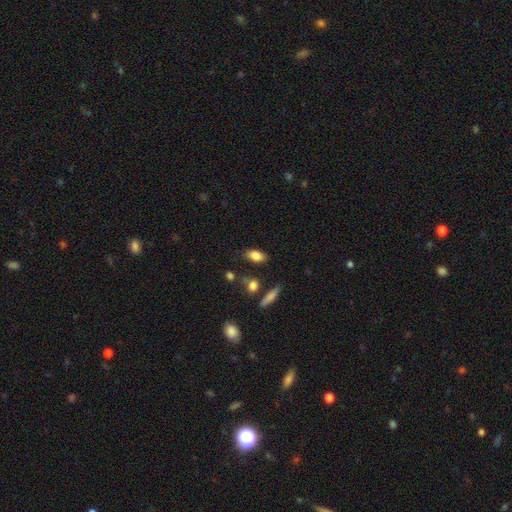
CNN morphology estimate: Smooth or featured? Predicted: smooth (p=0.84). How rounded? Predicted: in between (p=0.88). Merging? Predicted: none (p=0.76).